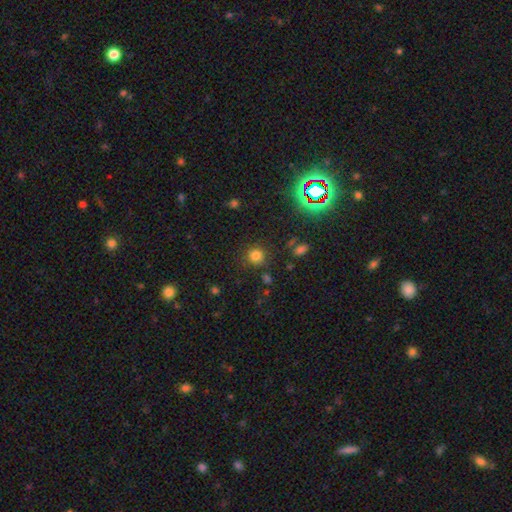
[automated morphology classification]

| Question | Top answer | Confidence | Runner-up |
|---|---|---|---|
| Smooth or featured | smooth | 76% | star or artifact (18%) |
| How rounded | round | 91% | in between (8%) |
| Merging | none | 83% | minor disturbance (9%) |